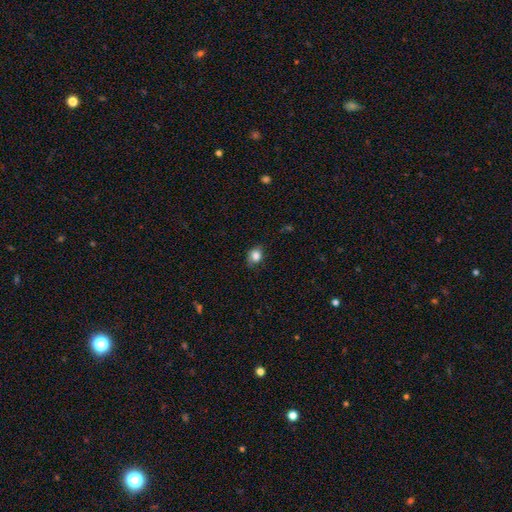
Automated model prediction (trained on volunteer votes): This is clearly a smooth galaxy (84%). How rounded: possibly round (51%). Merging: likely none (70%).